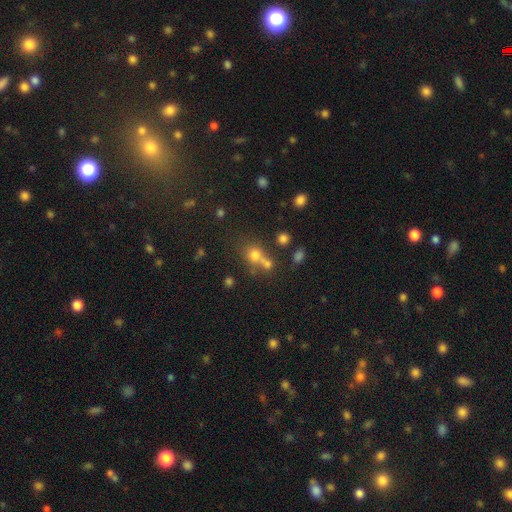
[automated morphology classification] Q: Smooth or featured?
A: smooth (64%); runner-up: star or artifact (23%)
Q: How rounded?
A: round (79%); runner-up: in between (19%)
Q: Merging?
A: none (47%); runner-up: merger (38%)